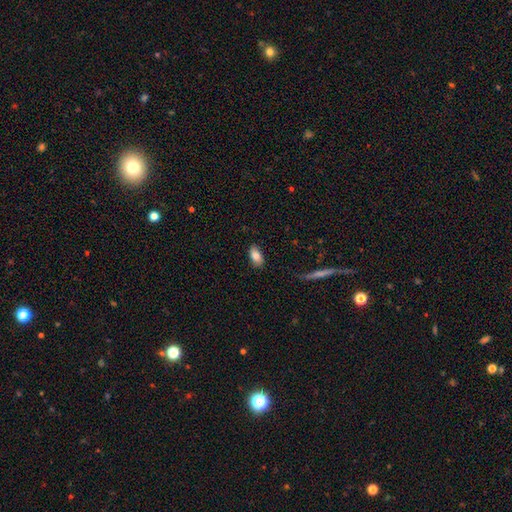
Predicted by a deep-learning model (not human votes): The model was most divided on "smooth or featured": smooth: 82%, featured or disk: 11%, star or artifact: 7%. More confident: how rounded — in between (92%); merging — none (87%).